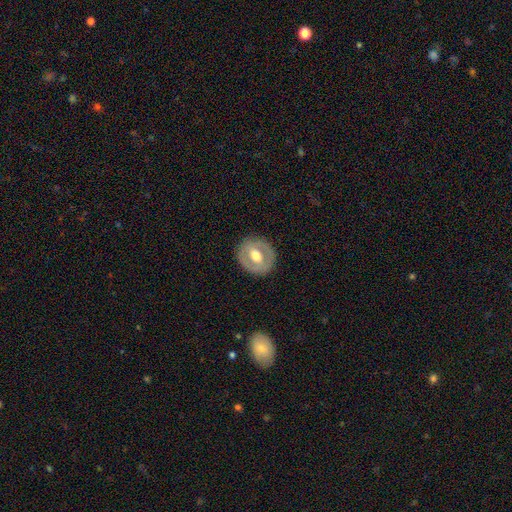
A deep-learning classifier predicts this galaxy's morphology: smooth-or-featured: featured or disk: 55% | smooth: 40% | star or artifact: 6%
  disk-edge-on: no: 94% | yes: 6%
    bar: no: 40% | weak: 38% | strong: 22%
    has-spiral-arms: no: 79% | yes: 21%
    bulge-size: moderate: 72% | large: 20% | small: 6% | dominant: 1% | none: 1%
  merging: none: 86% | minor disturbance: 9% | major disturbance: 3% | merger: 1%